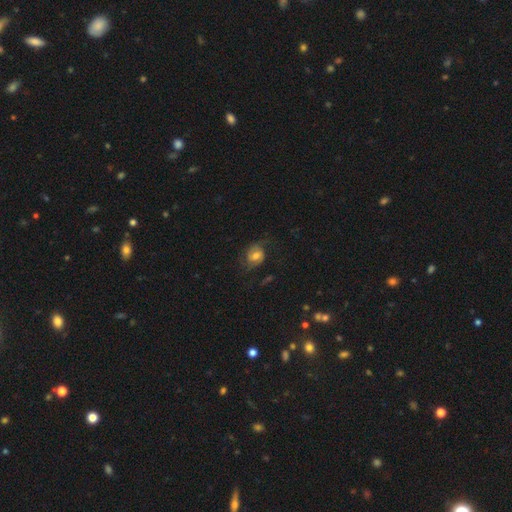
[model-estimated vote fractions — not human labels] A featured or disk galaxy (49%). Merging: none (59%).